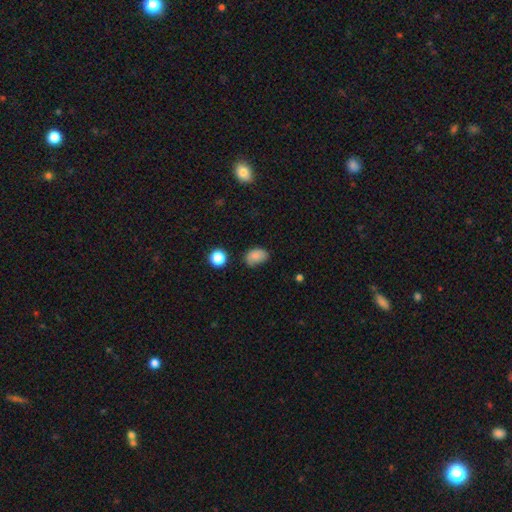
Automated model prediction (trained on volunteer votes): A smooth galaxy with no disk features (80%) that is in between round and cigar-shaped (79%).

Vote fractions:
- Smooth or featured? smooth: 80% / star or artifact: 11% / featured or disk: 8%
- How rounded? in between: 79% / round: 20% / cigar-shaped: 1%
- Merging? none: 56% / minor disturbance: 33% / major disturbance: 8% / merger: 3%